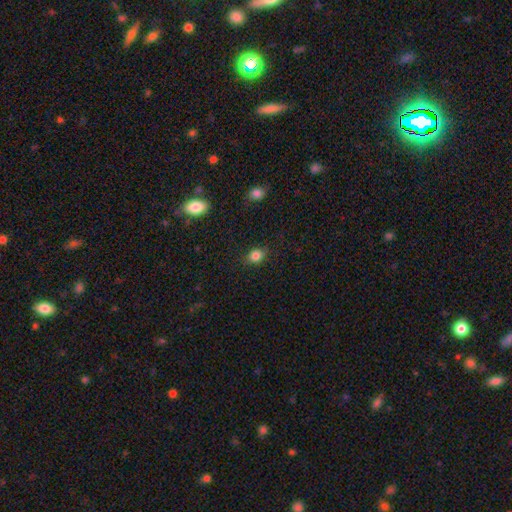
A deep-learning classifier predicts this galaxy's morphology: The model was most divided on "how rounded": in between: 53%, round: 45%, cigar-shaped: 1%. More confident: merging — none (85%); smooth or featured — smooth (84%).